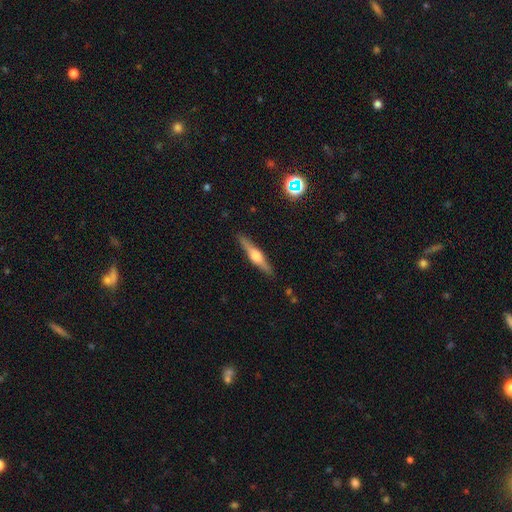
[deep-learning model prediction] Smooth or featured? Predicted: featured or disk (p=0.67). Edge-on disk? Predicted: yes (p=0.97). Edge-on bulge? Predicted: rounded (p=0.89). Merging? Predicted: none (p=0.89).